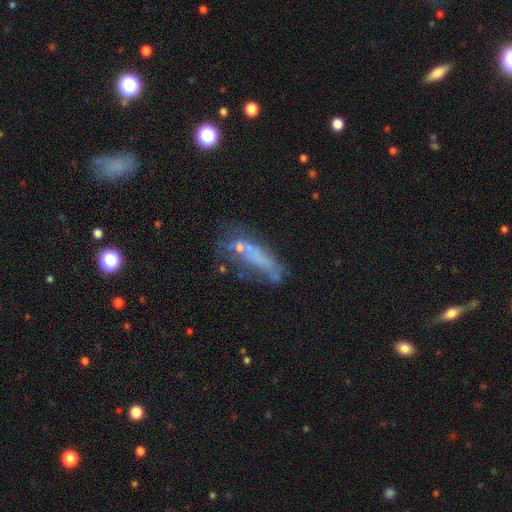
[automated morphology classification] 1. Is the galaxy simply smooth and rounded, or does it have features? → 45% smooth, 39% featured or disk, 16% star or artifact.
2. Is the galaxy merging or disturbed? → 35% none, 28% major disturbance, 23% minor disturbance, 13% merger.